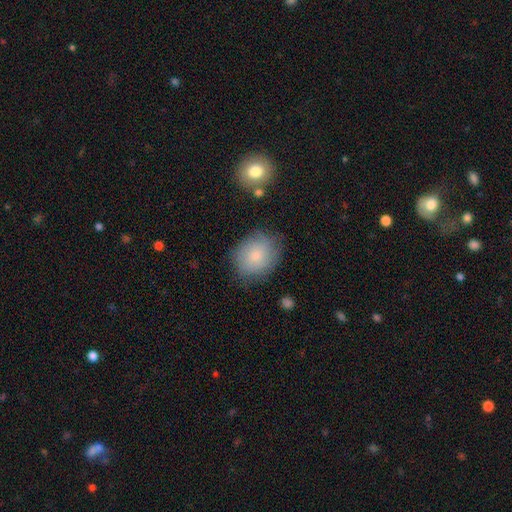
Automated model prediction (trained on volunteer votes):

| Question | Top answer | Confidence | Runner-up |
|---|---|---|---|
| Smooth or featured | smooth | 73% | featured or disk (19%) |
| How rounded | round | 58% | in between (41%) |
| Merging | none | 73% | minor disturbance (20%) |